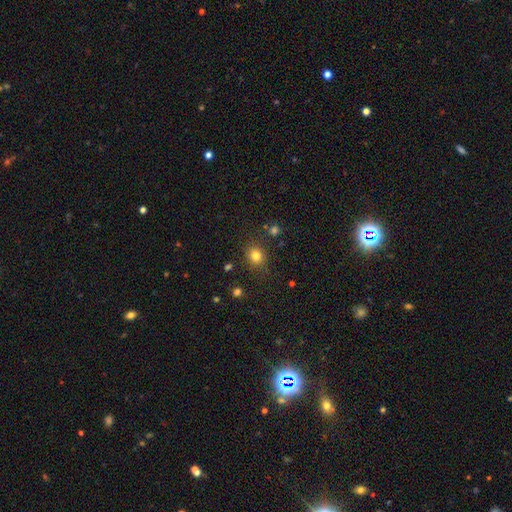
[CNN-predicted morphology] Smooth or featured? smooth (80%)
How rounded? round (74%)
Merging? none (83%)